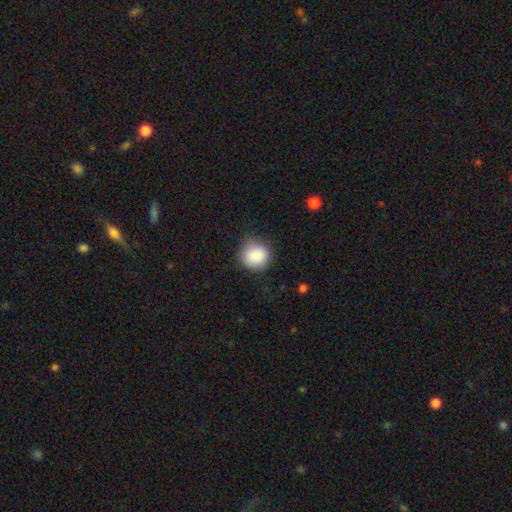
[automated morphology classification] Q: Smooth or featured?
A: smooth (88%); runner-up: star or artifact (8%)
Q: How rounded?
A: round (87%); runner-up: in between (12%)
Q: Merging?
A: none (79%); runner-up: minor disturbance (16%)